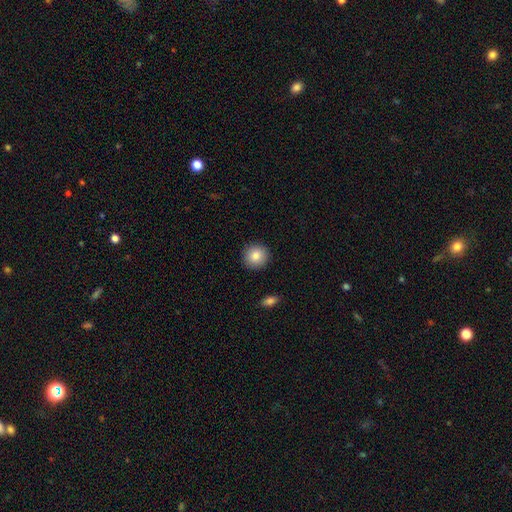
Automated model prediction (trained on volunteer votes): Smooth or featured?
  - smooth: 85% *
  - star or artifact: 8%
  - featured or disk: 7%
How rounded?
  - round: 92% *
  - in between: 7%
  - cigar-shaped: 1%
Merging?
  - none: 91% *
  - minor disturbance: 6%
  - major disturbance: 2%
  - merger: 1%